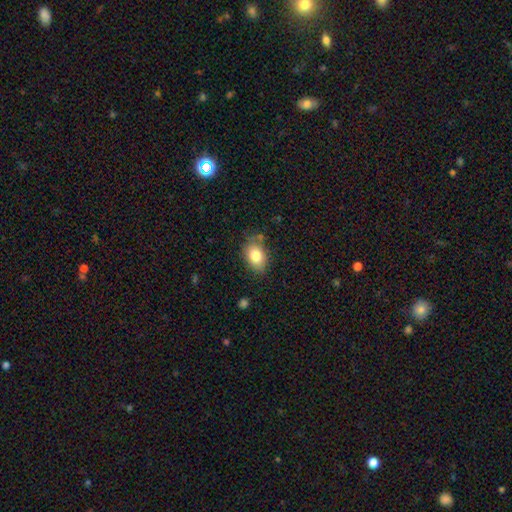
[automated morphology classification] This appears to be a smooth galaxy with no disk features (81%) that is in between round and cigar-shaped (80%). Merging: none (73%).